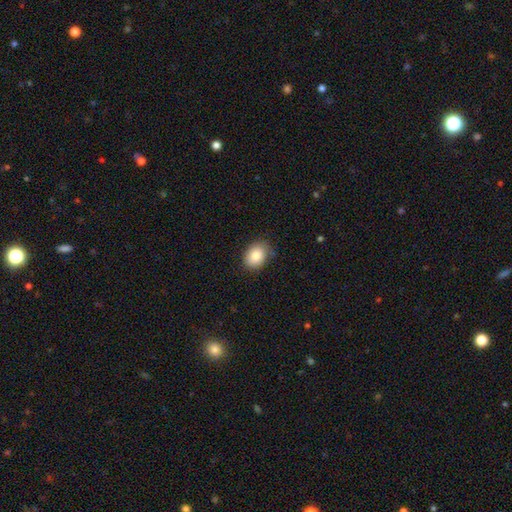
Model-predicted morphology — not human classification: Smooth or featured? Predicted: smooth (p=0.86). How rounded? Predicted: in between (p=0.68). Merging? Predicted: none (p=0.79).